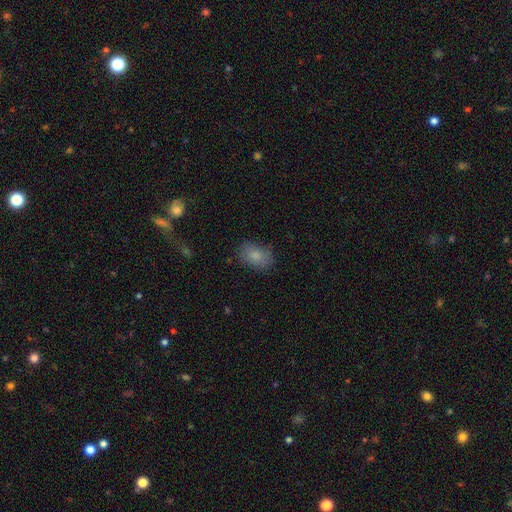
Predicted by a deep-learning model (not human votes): This is clearly a smooth galaxy (83%). How rounded: likely in between (76%). Merging: likely none (79%).